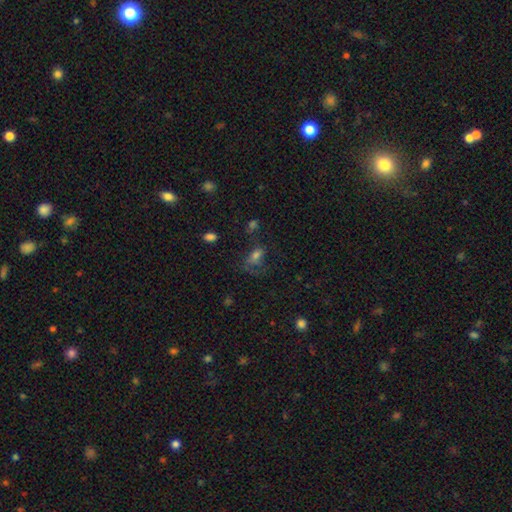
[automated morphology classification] Q: Smooth or featured?
A: smooth (56%); runner-up: star or artifact (23%)
Q: How rounded?
A: in between (78%); runner-up: round (17%)
Q: Merging?
A: none (41%); runner-up: major disturbance (32%)